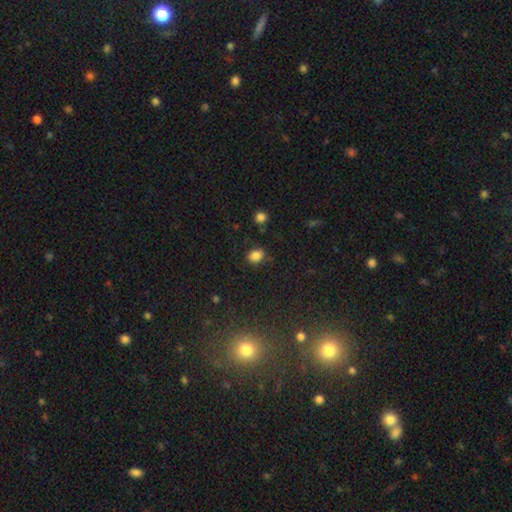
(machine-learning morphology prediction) The model was most divided on "how rounded": in between: 57%, round: 41%, cigar-shaped: 1%. More confident: smooth or featured — smooth (84%); merging — none (79%).